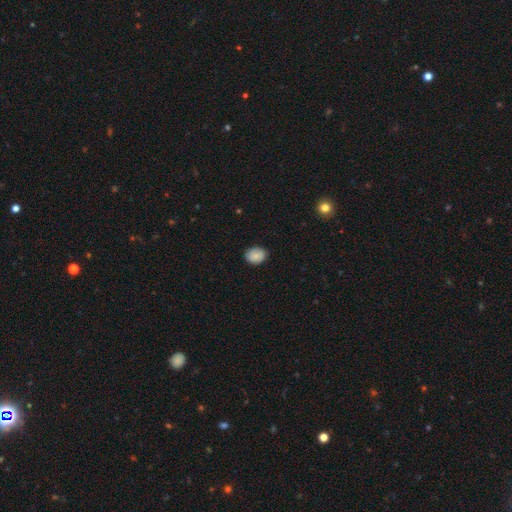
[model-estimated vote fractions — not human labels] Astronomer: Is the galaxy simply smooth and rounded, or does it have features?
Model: smooth — 82%.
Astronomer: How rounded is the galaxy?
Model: in between — 56% (runner-up: round, 43%).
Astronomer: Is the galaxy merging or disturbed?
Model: none — 82%.